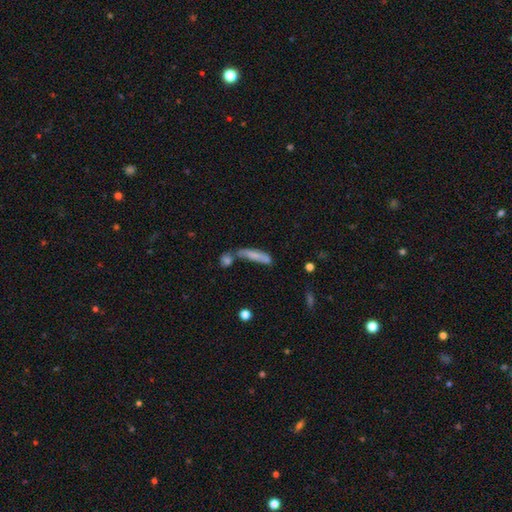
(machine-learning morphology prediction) A smooth galaxy with no disk features (69%) that is cigar-shaped (80%).

Vote fractions:
- Smooth or featured? smooth: 69% / featured or disk: 22% / star or artifact: 9%
- How rounded? cigar-shaped: 80% / in between: 18% / round: 2%
- Merging? none: 43% / merger: 32% / minor disturbance: 17% / major disturbance: 8%